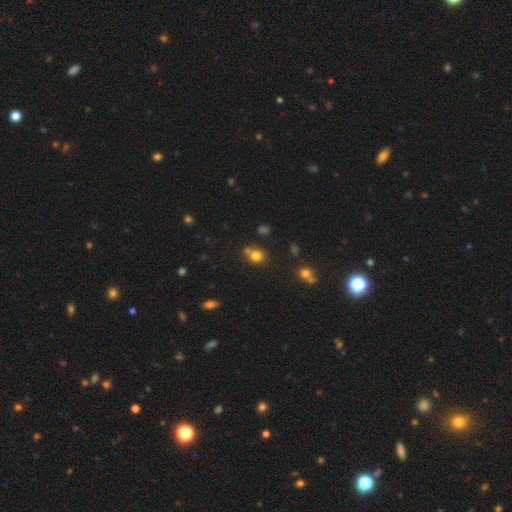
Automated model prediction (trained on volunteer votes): Q: Smooth or featured?
A: smooth (77%); runner-up: star or artifact (15%)
Q: How rounded?
A: round (79%); runner-up: in between (20%)
Q: Merging?
A: none (62%); runner-up: merger (23%)